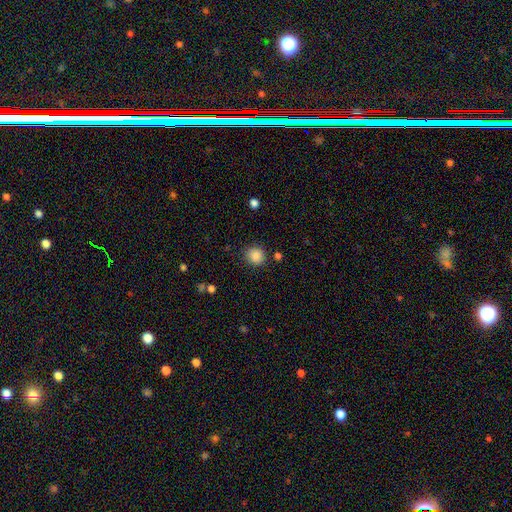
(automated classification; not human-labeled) Smooth or featured? Predicted: smooth (p=0.87). How rounded? Predicted: round (p=0.87). Merging? Predicted: none (p=0.84).